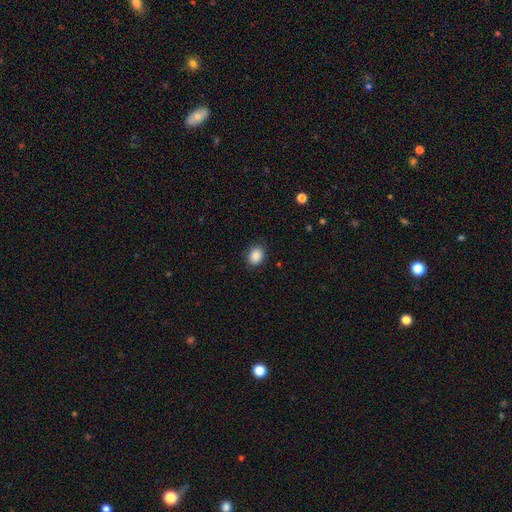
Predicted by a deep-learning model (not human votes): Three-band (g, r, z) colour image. It shows a smooth galaxy with no disk features (89%) that is in between round and cigar-shaped (52%). Merging: none (87%).